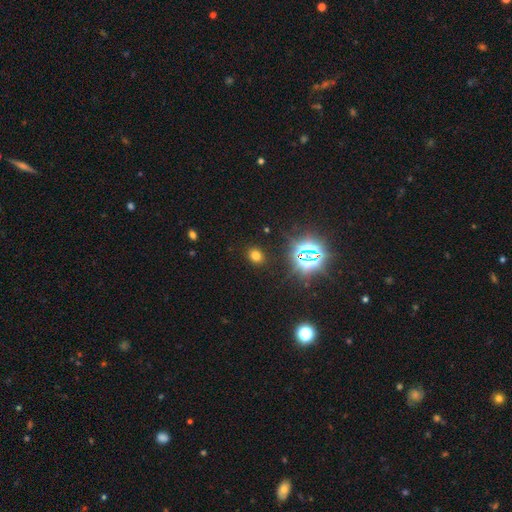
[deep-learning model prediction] Q: Smooth or featured?
A: smooth (66%); runner-up: star or artifact (27%)
Q: How rounded?
A: round (52%); runner-up: in between (47%)
Q: Merging?
A: none (88%); runner-up: minor disturbance (8%)